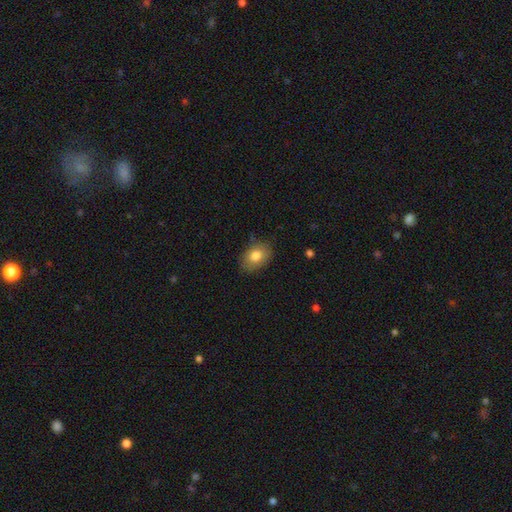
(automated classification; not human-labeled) Smooth or featured?
  - smooth: 80% *
  - featured or disk: 12%
  - star or artifact: 8%
How rounded?
  - in between: 80% *
  - round: 19%
  - cigar-shaped: 1%
Merging?
  - none: 80% *
  - minor disturbance: 16%
  - major disturbance: 3%
  - merger: 1%